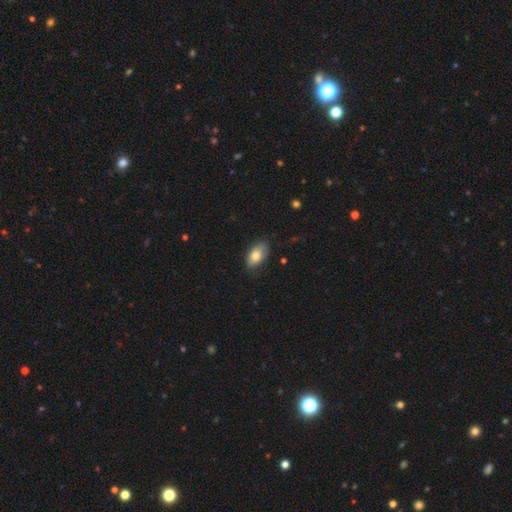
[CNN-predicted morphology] smooth 77%, featured or disk 16%, star or artifact 7%. Down the decision tree: how rounded — in between (91%); merging — none (77%).